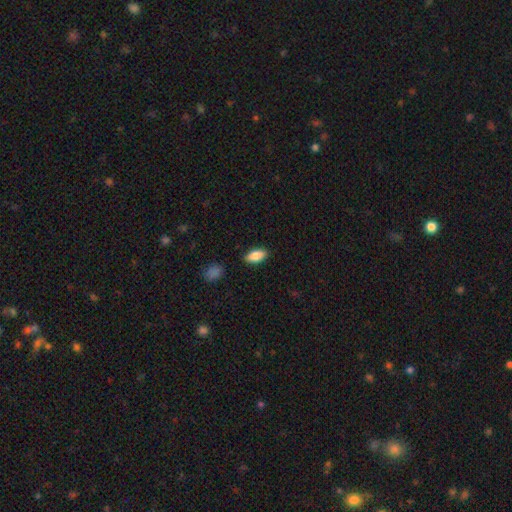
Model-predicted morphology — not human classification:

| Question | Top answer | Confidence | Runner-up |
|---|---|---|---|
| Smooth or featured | smooth | 85% | featured or disk (8%) |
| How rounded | in between | 89% | cigar-shaped (8%) |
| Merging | none | 87% | minor disturbance (9%) |